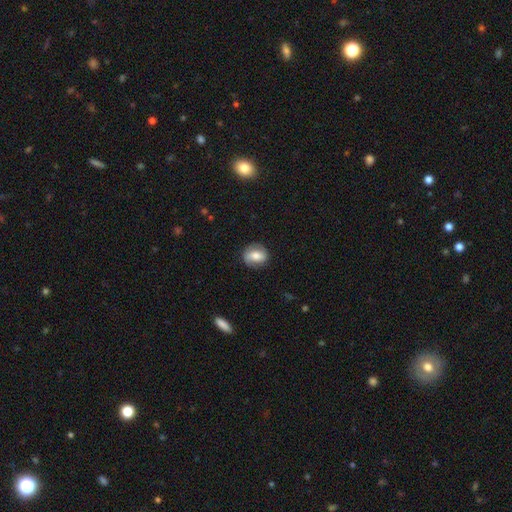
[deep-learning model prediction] Smooth or featured? Predicted: smooth (p=0.57). How rounded? Predicted: round (p=0.55). Merging? Predicted: none (p=0.81).